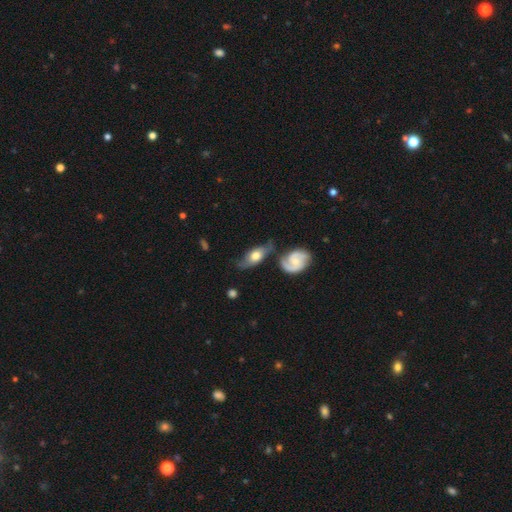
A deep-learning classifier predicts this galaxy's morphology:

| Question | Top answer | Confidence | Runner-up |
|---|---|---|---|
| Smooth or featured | featured or disk | 51% | smooth (43%) |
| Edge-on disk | no | 74% | yes (26%) |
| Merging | none | 48% | minor disturbance (23%) |